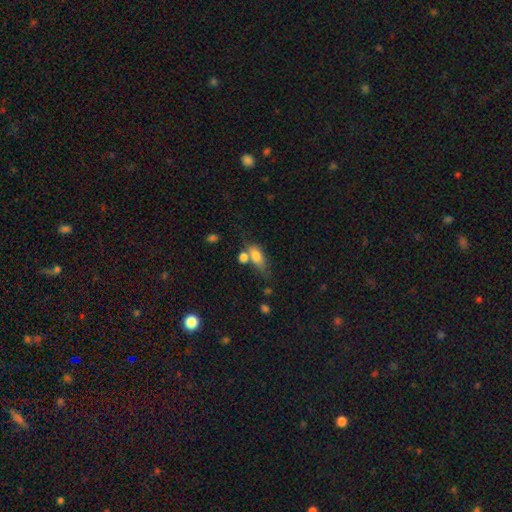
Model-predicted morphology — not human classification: Q: Smooth or featured?
A: smooth (77%); runner-up: featured or disk (15%)
Q: How rounded?
A: in between (81%); runner-up: cigar-shaped (11%)
Q: Merging?
A: merger (35%); tied with: none (35%)